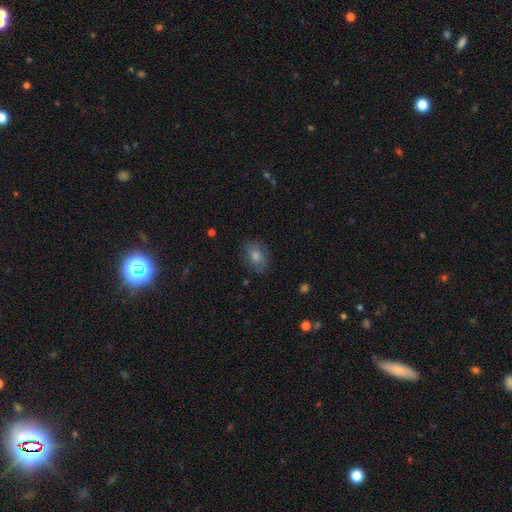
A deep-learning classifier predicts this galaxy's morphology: Smooth or featured? Predicted: smooth (p=0.62). How rounded? Predicted: in between (p=0.72). Merging? Predicted: none (p=0.80).